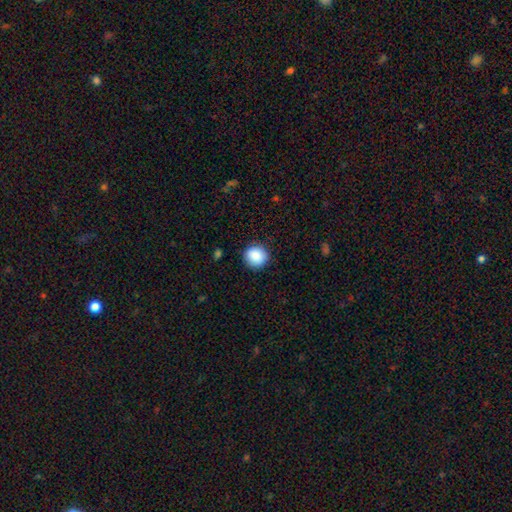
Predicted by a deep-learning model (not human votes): Q: Smooth or featured?
A: smooth (88%); runner-up: star or artifact (8%)
Q: How rounded?
A: round (91%); runner-up: in between (8%)
Q: Merging?
A: none (90%); runner-up: minor disturbance (7%)